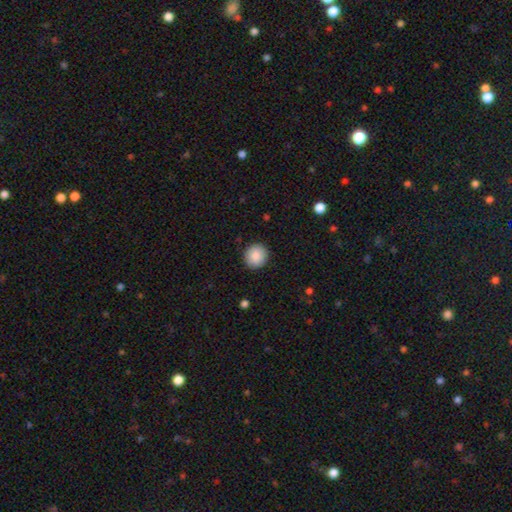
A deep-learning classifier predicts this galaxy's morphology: Overall: smooth (89%). How rounded: round (90%). Merging: none (92%).